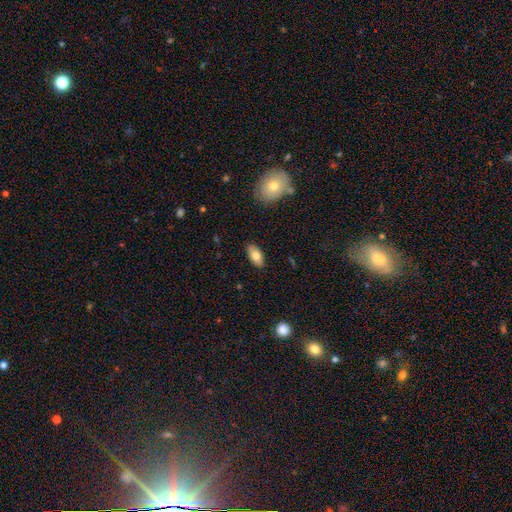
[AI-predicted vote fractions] The model was most divided on "smooth or featured": smooth: 78%, featured or disk: 15%, star or artifact: 7%. More confident: how rounded — in between (92%); merging — none (87%).